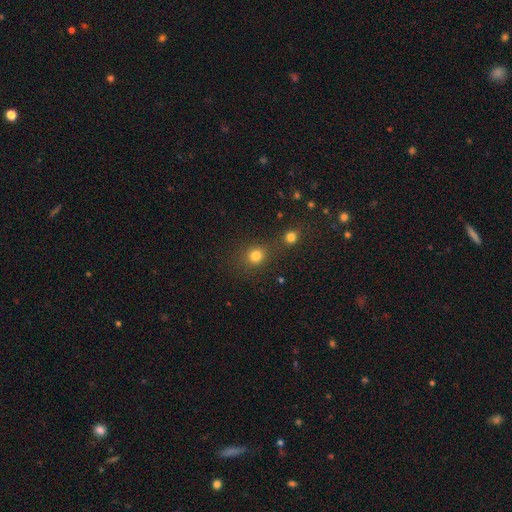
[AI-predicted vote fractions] smooth-or-featured: smooth: 79% | star or artifact: 15% | featured or disk: 5%
  how-rounded: round: 81% | in between: 18% | cigar-shaped: 1%
  merging: none: 67% | merger: 20% | minor disturbance: 9% | major disturbance: 4%